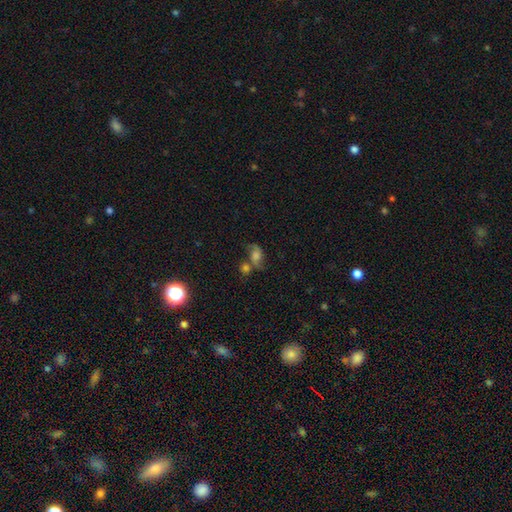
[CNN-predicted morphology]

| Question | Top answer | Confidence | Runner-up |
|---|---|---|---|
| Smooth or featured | featured or disk | 50% | smooth (32%) |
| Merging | none | 44% | merger (29%) |